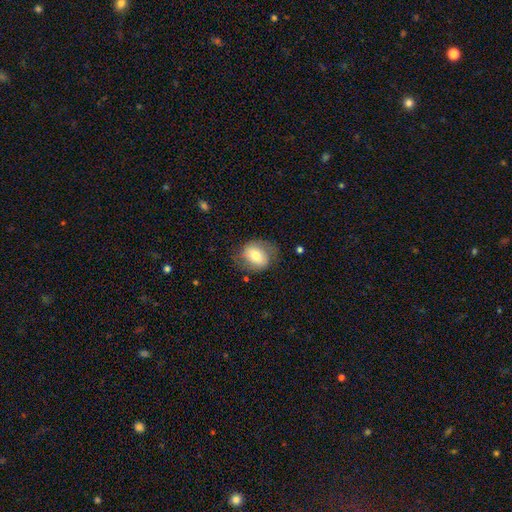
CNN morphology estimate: The model was most divided on "how rounded": in between: 51%, round: 48%, cigar-shaped: 1%. More confident: merging — none (67%); smooth or featured — smooth (59%).